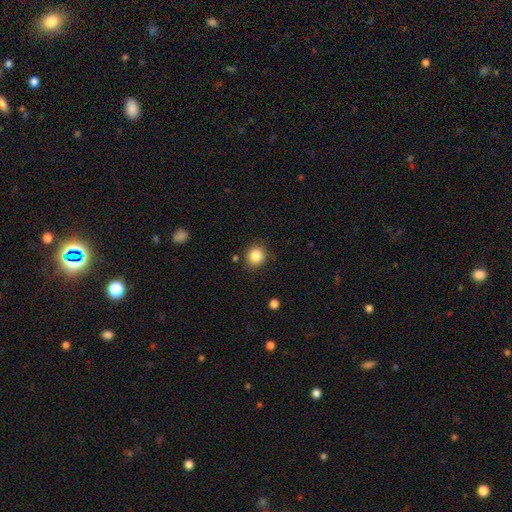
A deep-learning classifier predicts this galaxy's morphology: smooth 84%, star or artifact 10%, featured or disk 5%. Down the decision tree: how rounded — round (82%); merging — none (85%).